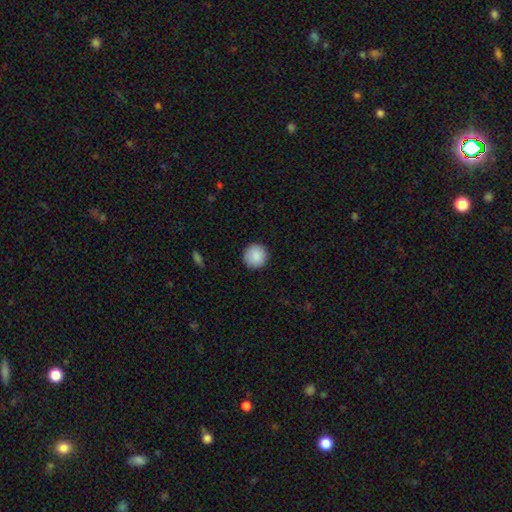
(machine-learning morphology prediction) type=smooth (89%); roundness=round (95%); merging=none (92%).